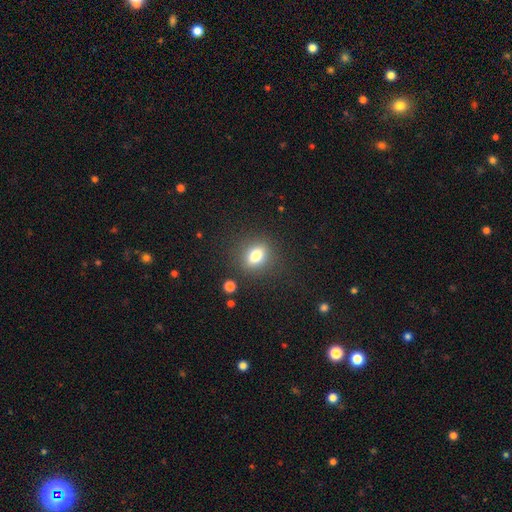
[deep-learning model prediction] Morphology: type=smooth (78%); roundness=in between (59%); merging=none (86%).